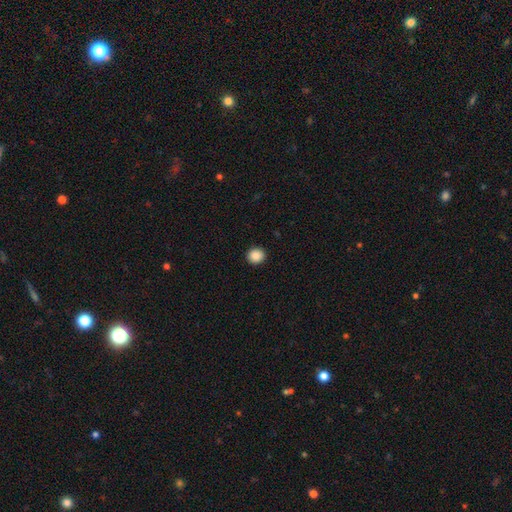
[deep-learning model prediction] smooth_or_featured: smooth (p=0.89) [alt: star or artifact p=0.09]
how_rounded: round (p=0.88) [alt: in between p=0.12]
merging: none (p=0.93) [alt: minor disturbance p=0.05]